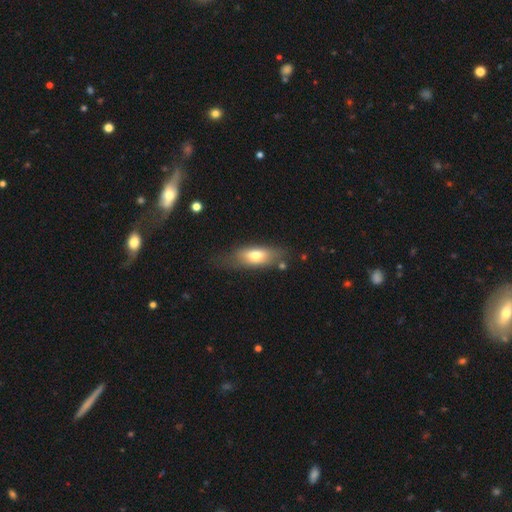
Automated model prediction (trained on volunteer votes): Smooth or featured? smooth (67%)
How rounded? in between (74%)
Merging? none (59%)